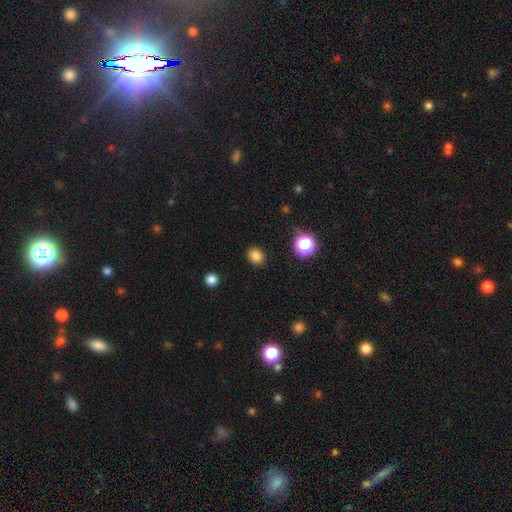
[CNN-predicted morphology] Smooth or featured? Predicted: smooth (p=0.82). How rounded? Predicted: round (p=0.57). Merging? Predicted: none (p=0.89).